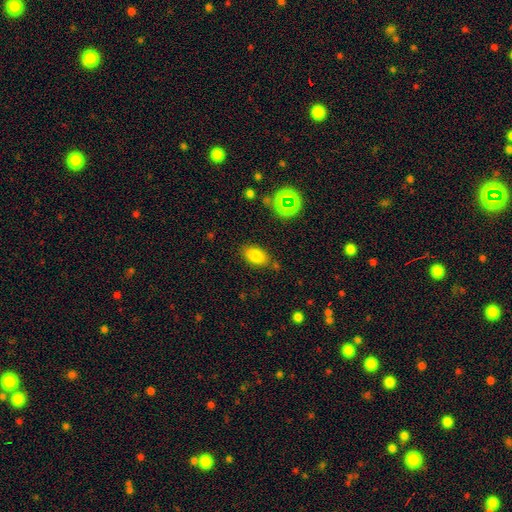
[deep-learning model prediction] A smooth galaxy with no disk features (79%) that is in between round and cigar-shaped (88%). Merging: none (78%).